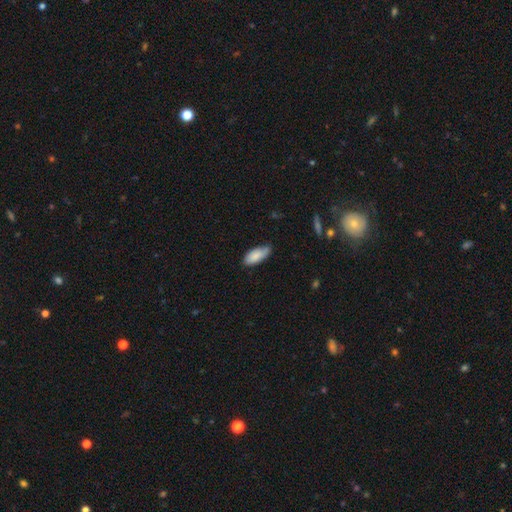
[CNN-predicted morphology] This appears to be a smooth galaxy with no disk features (83%) that is in between round and cigar-shaped (88%). Merging: none (61%).